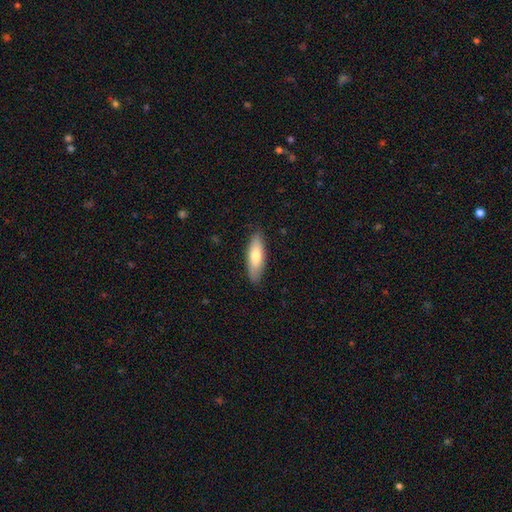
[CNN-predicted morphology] Smooth or featured? smooth (72%)
How rounded? in between (53%)
Merging? none (85%)